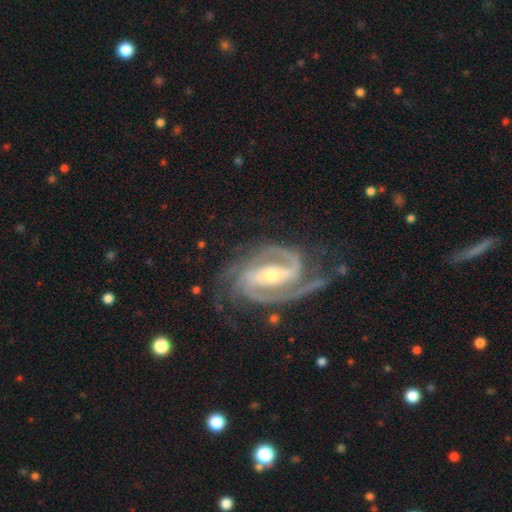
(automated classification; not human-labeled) Morphology: type=featured or disk (90%); edge-on=no (96%); bar=strong (49%); spiral arms=yes (98%); winding=tight (50%); arm count=2 (74%); bulge=small (47%); merging=none (71%).